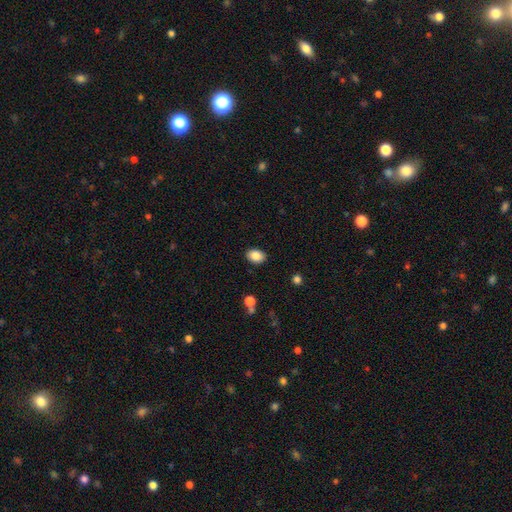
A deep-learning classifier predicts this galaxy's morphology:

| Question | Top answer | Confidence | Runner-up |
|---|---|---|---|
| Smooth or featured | smooth | 87% | star or artifact (8%) |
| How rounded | in between | 79% | round (20%) |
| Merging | none | 88% | minor disturbance (9%) |